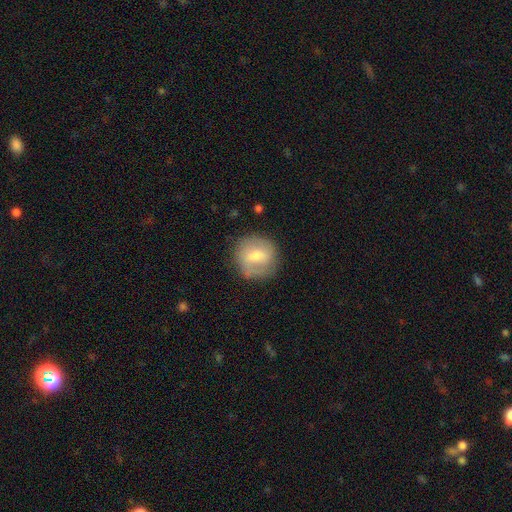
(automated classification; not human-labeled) Smooth or featured?
  - smooth: 59% *
  - featured or disk: 34%
  - star or artifact: 7%
How rounded?
  - round: 89% *
  - in between: 10%
  - cigar-shaped: 1%
Merging?
  - none: 78% *
  - minor disturbance: 15%
  - major disturbance: 6%
  - merger: 2%